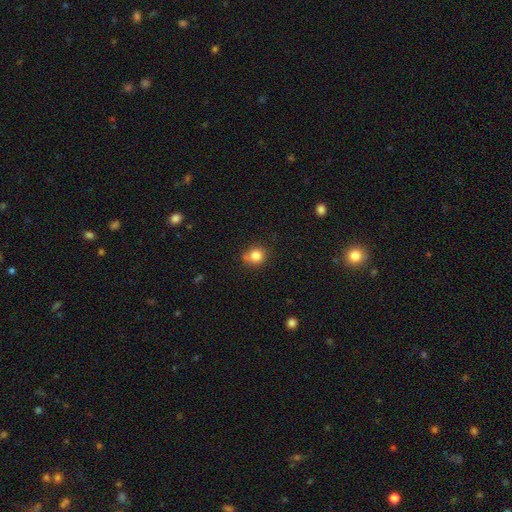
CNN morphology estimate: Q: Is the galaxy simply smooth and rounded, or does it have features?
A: smooth — 83%.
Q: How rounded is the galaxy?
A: round — 84%.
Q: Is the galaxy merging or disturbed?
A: none — 71%.